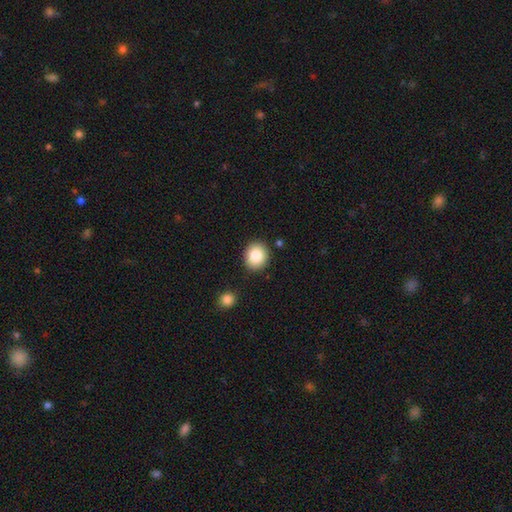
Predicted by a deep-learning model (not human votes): Smooth or featured: smooth — 85% (star or artifact — 8%)
How rounded: round — 75% (in between — 24%)
Merging: none — 87% (minor disturbance — 8%)